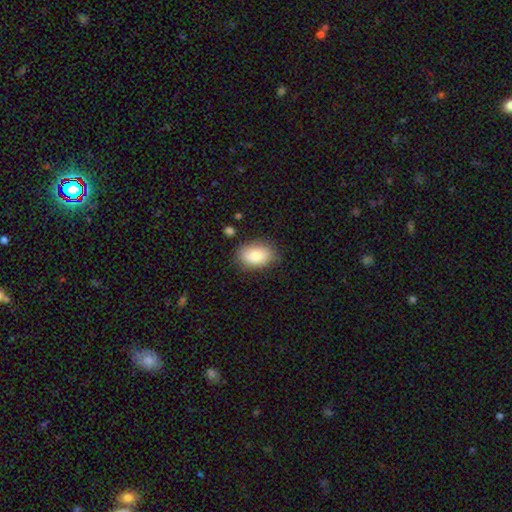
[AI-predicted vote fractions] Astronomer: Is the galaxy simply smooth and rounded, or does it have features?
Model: smooth — 84%.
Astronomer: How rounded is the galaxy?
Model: in between — 88%.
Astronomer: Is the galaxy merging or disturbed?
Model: none — 79%.